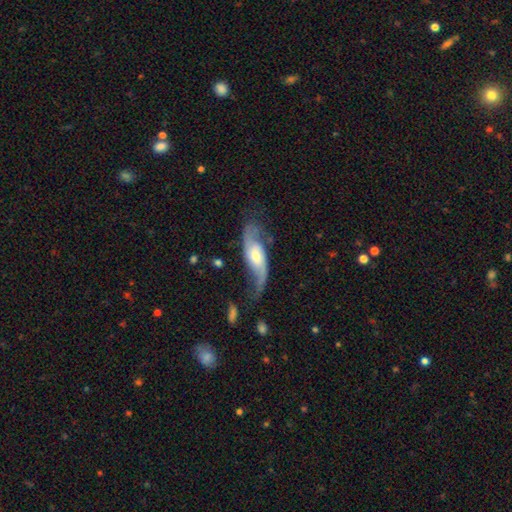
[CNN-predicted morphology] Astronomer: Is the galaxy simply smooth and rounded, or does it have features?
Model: featured or disk — 79%.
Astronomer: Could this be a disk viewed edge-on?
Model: no — 89%.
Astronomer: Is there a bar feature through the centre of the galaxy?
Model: no — 58%.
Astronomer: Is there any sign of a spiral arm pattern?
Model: yes — 93%.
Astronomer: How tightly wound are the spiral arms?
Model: loose — 64%.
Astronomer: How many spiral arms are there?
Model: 2 — 88%.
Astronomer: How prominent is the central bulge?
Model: moderate — 56% (runner-up: small, 34%).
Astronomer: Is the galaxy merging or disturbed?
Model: none — 59%.